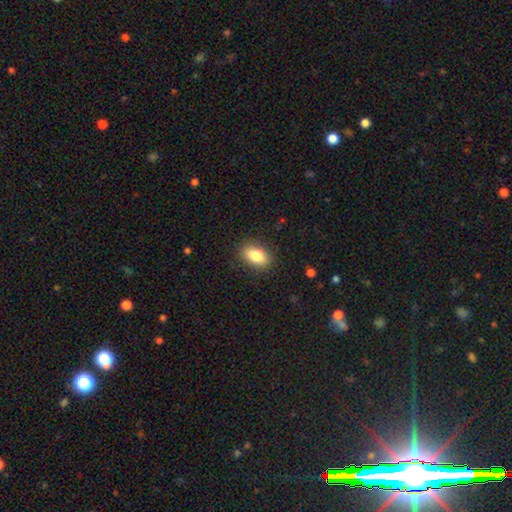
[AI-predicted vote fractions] Smooth or featured?
  - smooth: 83% *
  - featured or disk: 9%
  - star or artifact: 8%
How rounded?
  - in between: 88% *
  - round: 9%
  - cigar-shaped: 4%
Merging?
  - none: 87% *
  - minor disturbance: 9%
  - major disturbance: 3%
  - merger: 1%